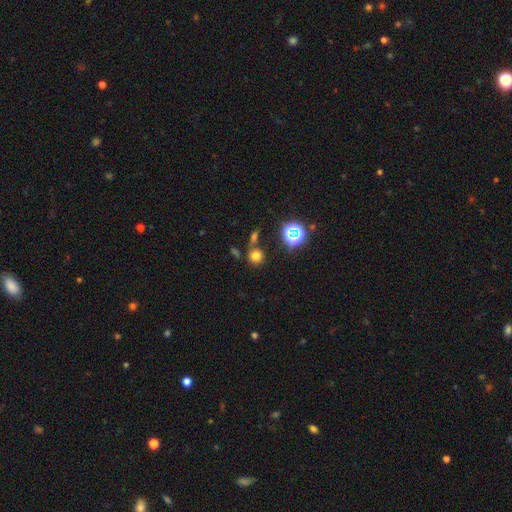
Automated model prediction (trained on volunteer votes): smooth-or-featured: smooth: 70% | star or artifact: 22% | featured or disk: 8%
  how-rounded: round: 87% | in between: 11% | cigar-shaped: 1%
  merging: none: 70% | merger: 17% | minor disturbance: 9% | major disturbance: 4%